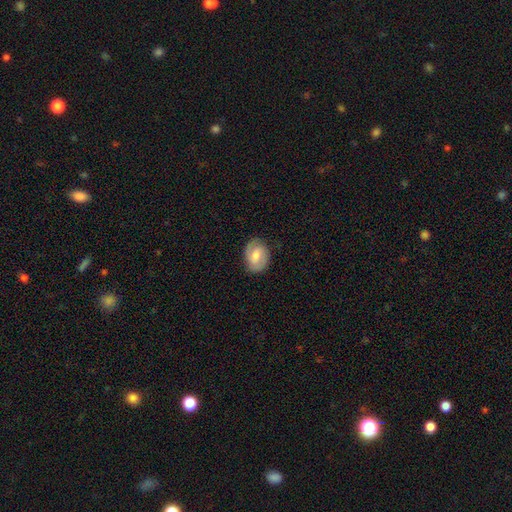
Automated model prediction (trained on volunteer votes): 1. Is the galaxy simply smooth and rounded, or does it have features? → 56% featured or disk, 37% smooth, 7% star or artifact.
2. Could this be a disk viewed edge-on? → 96% no, 4% yes.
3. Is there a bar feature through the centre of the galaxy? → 51% weak, 33% no, 16% strong.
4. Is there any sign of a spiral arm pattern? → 84% yes, 16% no.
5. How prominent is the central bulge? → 60% moderate, 29% small, 7% large, 3% none, 1% dominant.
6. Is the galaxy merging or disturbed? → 82% none, 14% minor disturbance, 4% major disturbance, 1% merger.